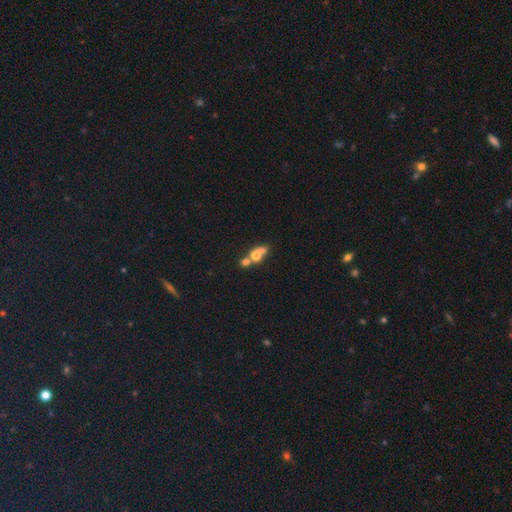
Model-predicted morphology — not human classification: smooth-or-featured: smooth: 60% | featured or disk: 24% | star or artifact: 16%
  how-rounded: round: 64% | in between: 32% | cigar-shaped: 4%
  merging: merger: 56% | none: 31% | minor disturbance: 7% | major disturbance: 6%